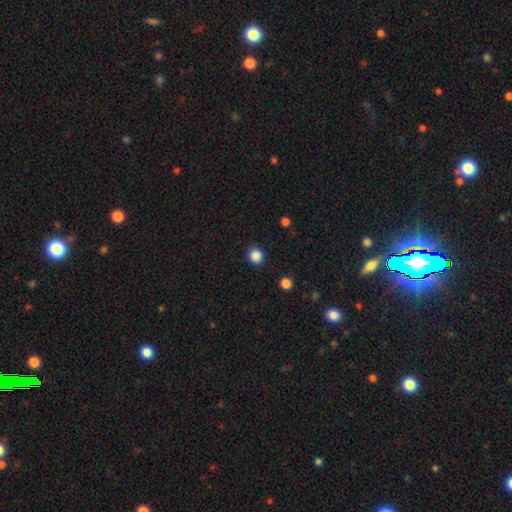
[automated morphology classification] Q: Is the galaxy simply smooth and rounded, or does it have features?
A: smooth — 86%.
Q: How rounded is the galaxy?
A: round — 91%.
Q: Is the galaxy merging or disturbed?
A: none — 91%.